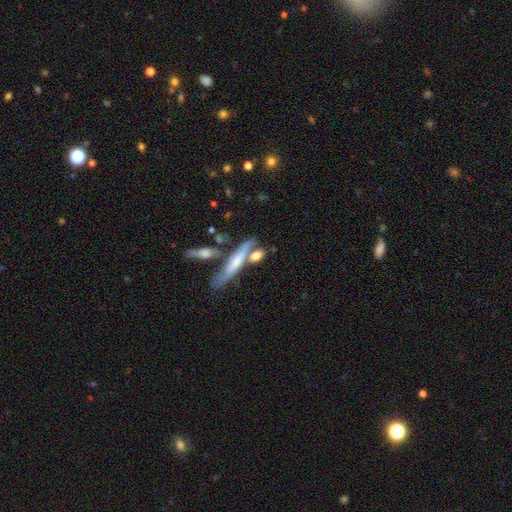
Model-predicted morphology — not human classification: Smooth or featured: smooth — 61% (featured or disk — 32%)
How rounded: cigar-shaped — 56% (in between — 36%)
Merging: none — 47% (merger — 33%)